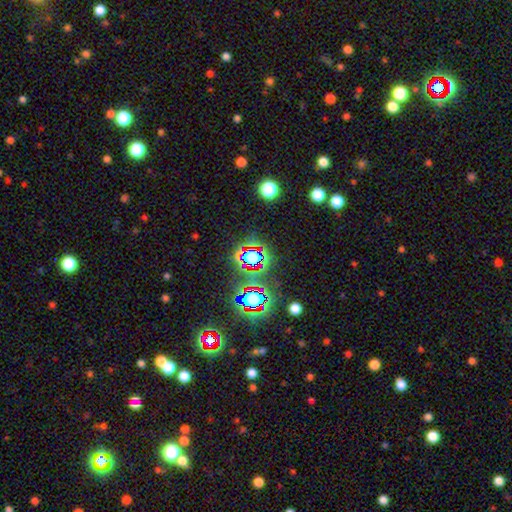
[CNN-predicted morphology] Smooth or featured? star or artifact (69%)